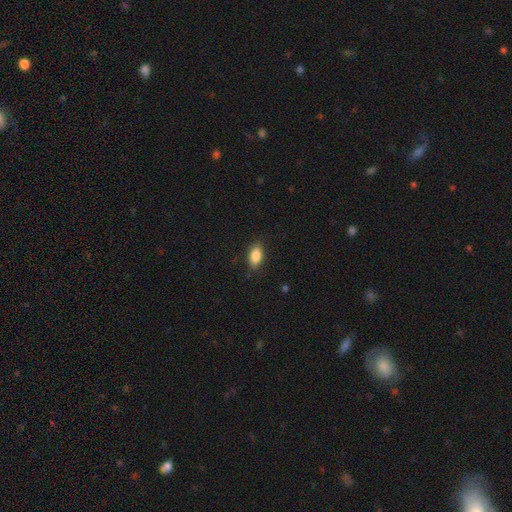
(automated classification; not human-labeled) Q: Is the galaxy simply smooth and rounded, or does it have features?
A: smooth — 87%.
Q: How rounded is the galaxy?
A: in between — 90%.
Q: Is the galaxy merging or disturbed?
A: none — 85%.